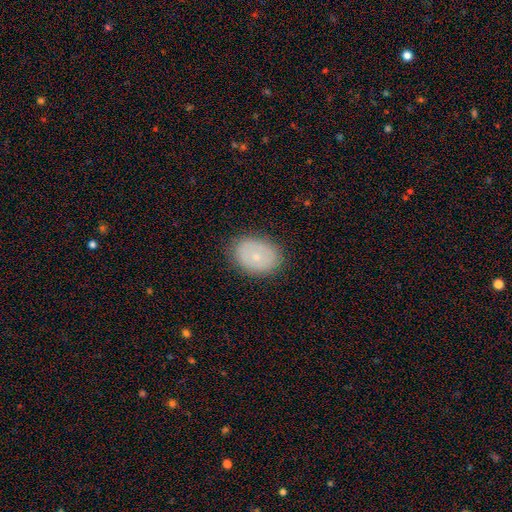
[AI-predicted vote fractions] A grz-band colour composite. It shows a smooth galaxy with no disk features (67%) that is in between round and cigar-shaped (75%). Merging: none (84%).